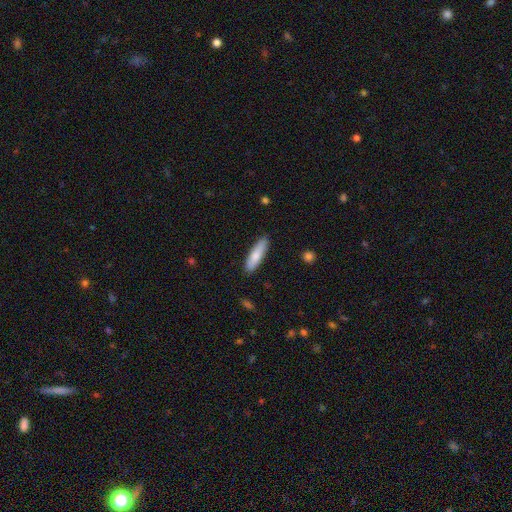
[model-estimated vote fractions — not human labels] Smooth or featured: smooth — 78% (featured or disk — 17%)
How rounded: cigar-shaped — 68% (in between — 30%)
Merging: none — 88% (minor disturbance — 9%)